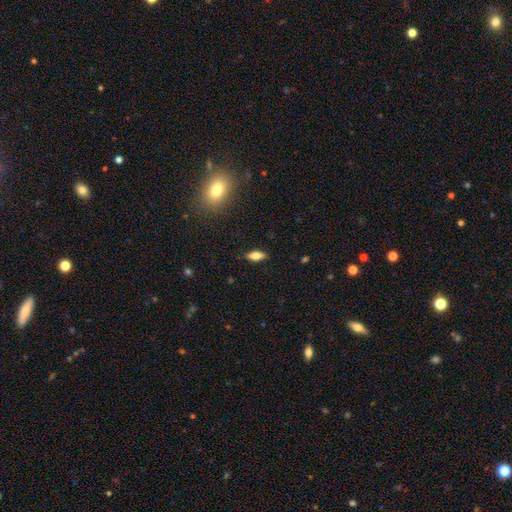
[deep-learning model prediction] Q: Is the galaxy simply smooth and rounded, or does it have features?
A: smooth — 67%.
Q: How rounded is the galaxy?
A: in between — 76%.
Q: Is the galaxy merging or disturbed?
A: none — 86%.